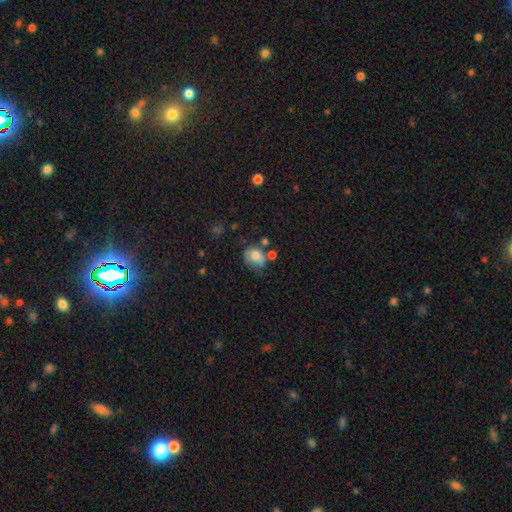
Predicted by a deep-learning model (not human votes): The model was most divided on "merging": none: 36%, minor disturbance: 31%, merger: 17%, major disturbance: 17%. More confident: smooth or featured — smooth (71%); how rounded — round (53%).